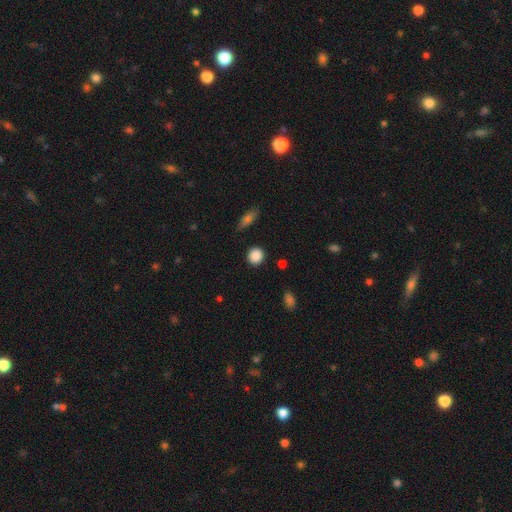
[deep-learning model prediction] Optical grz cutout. It shows a smooth galaxy with no disk features (88%) that is round (86%). Merging: none (88%).